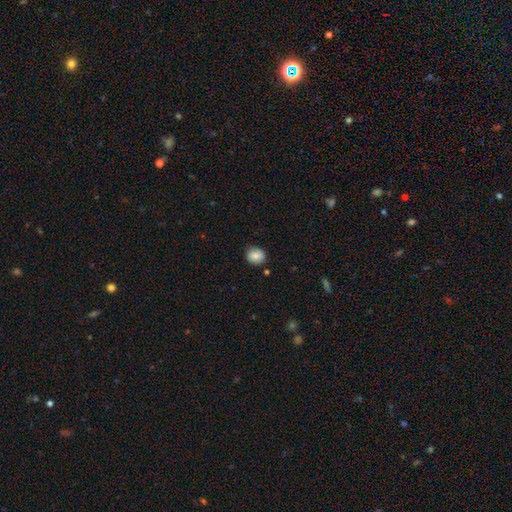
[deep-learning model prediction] smooth 81%, featured or disk 11%, star or artifact 8%. Down the decision tree: how rounded — round (73%); merging — none (83%).